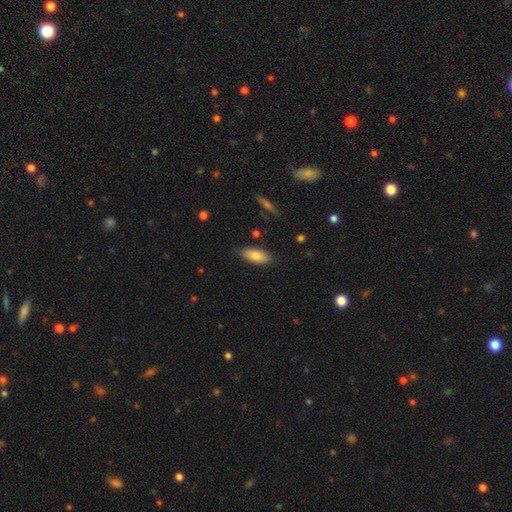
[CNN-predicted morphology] smooth-or-featured: smooth: 82% | featured or disk: 11% | star or artifact: 7%
  how-rounded: in between: 83% | cigar-shaped: 15% | round: 2%
  merging: none: 83% | minor disturbance: 13% | major disturbance: 2% | merger: 2%